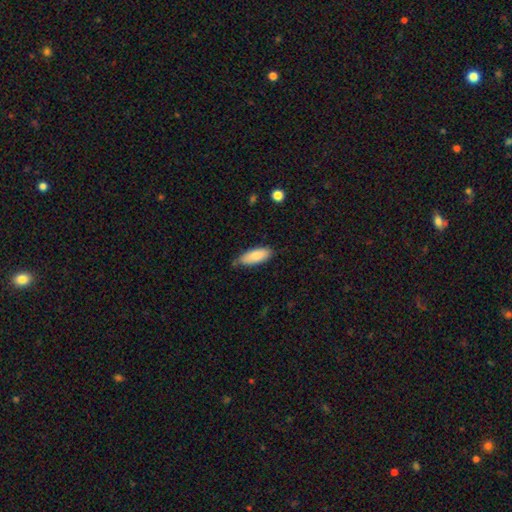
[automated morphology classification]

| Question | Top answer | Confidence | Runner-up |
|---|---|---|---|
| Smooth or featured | smooth | 85% | featured or disk (9%) |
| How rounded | in between | 77% | cigar-shaped (22%) |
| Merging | none | 67% | minor disturbance (27%) |